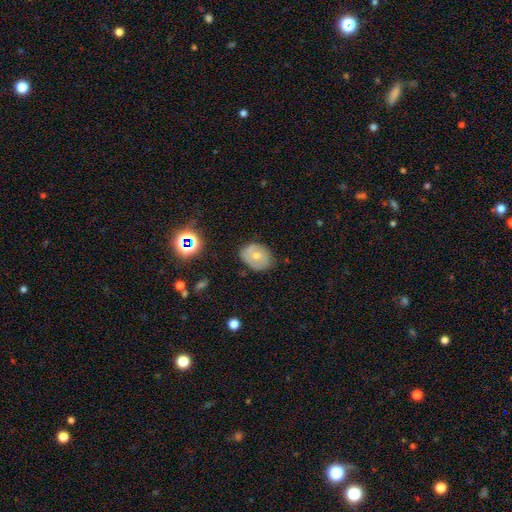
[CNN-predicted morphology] smooth_or_featured: smooth (p=0.61) [alt: featured or disk p=0.28]
how_rounded: in between (p=0.62) [alt: round p=0.37]
merging: none (p=0.72) [alt: minor disturbance p=0.21]